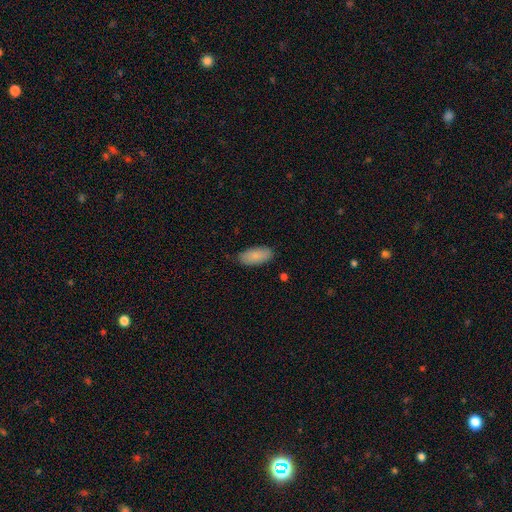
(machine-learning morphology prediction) This appears to be a smooth galaxy with no disk features (85%) that is in between round and cigar-shaped (91%). Merging: none (82%).